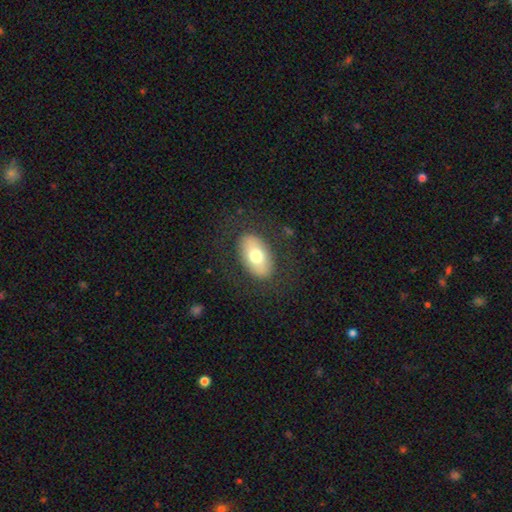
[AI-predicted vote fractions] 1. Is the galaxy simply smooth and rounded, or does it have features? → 69% smooth, 24% featured or disk, 7% star or artifact.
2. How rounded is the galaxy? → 92% in between, 6% round, 2% cigar-shaped.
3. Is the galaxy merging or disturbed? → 81% none, 11% minor disturbance, 6% major disturbance, 1% merger.